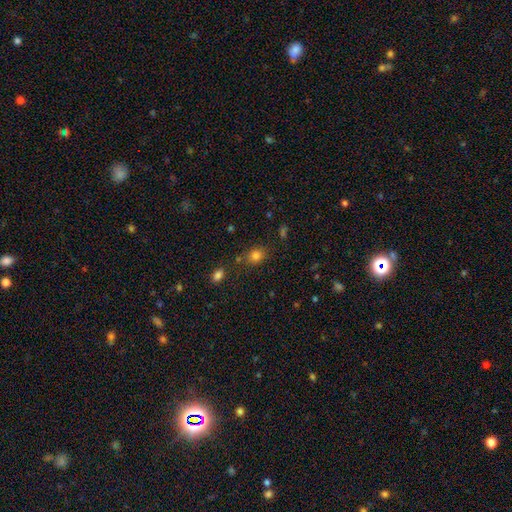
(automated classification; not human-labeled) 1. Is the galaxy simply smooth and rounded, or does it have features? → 80% smooth, 14% star or artifact, 6% featured or disk.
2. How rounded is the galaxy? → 51% round, 48% in between, 1% cigar-shaped.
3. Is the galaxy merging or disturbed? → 75% none, 13% minor disturbance, 8% merger, 4% major disturbance.